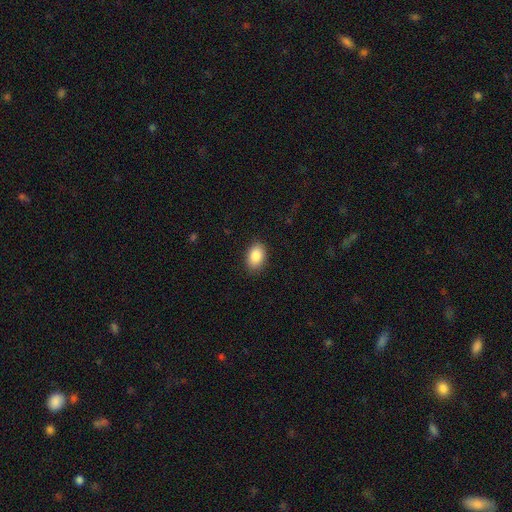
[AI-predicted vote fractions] smooth 88%, star or artifact 7%, featured or disk 5%. Down the decision tree: how rounded — in between (87%); merging — none (87%).